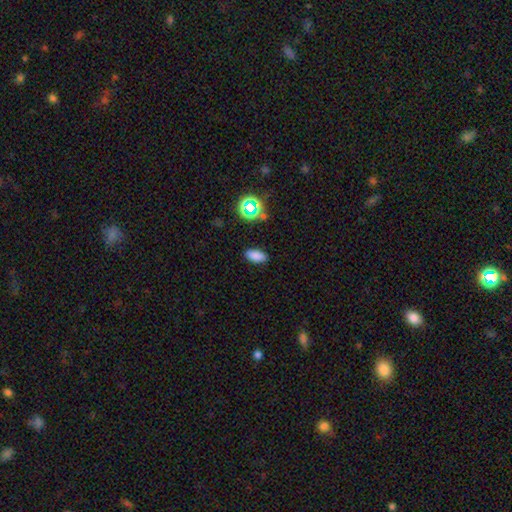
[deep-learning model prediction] Smooth or featured? Predicted: smooth (p=0.80). How rounded? Predicted: in between (p=0.87). Merging? Predicted: none (p=0.87).